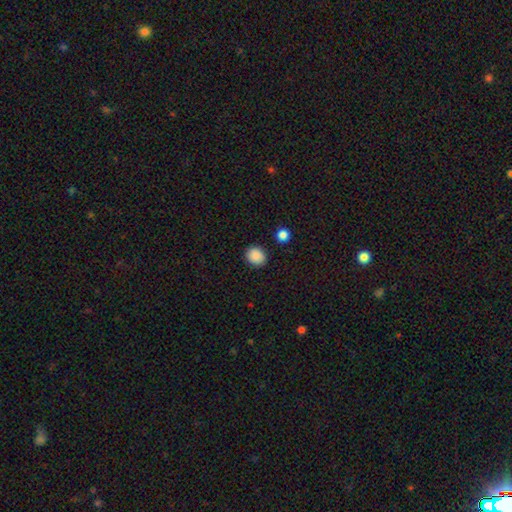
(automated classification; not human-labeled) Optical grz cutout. It shows a smooth galaxy with no disk features (88%) that is round (66%). Merging: none (89%).